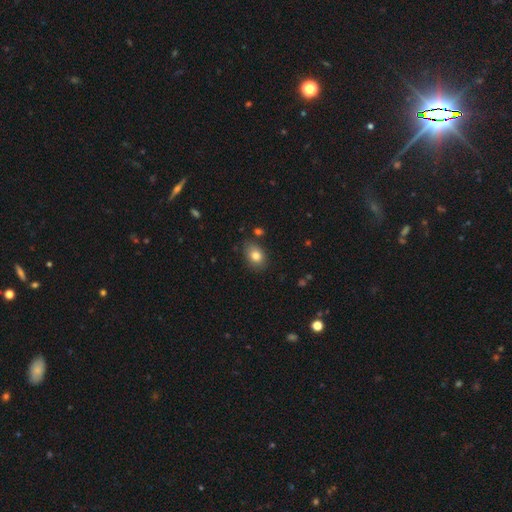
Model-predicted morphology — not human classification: smooth_or_featured: smooth (p=0.81) [alt: star or artifact p=0.09]
how_rounded: in between (p=0.73) [alt: round p=0.26]
merging: none (p=0.79) [alt: minor disturbance p=0.15]